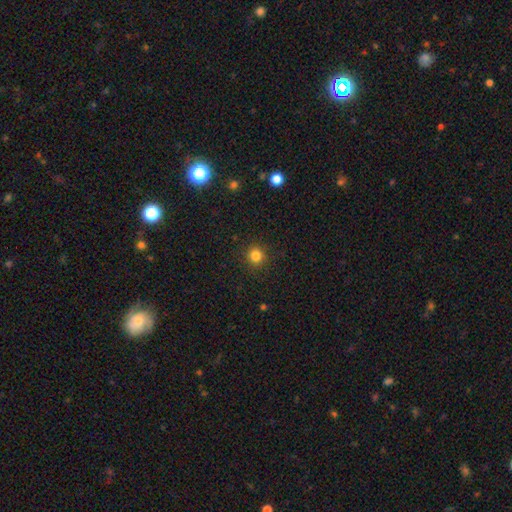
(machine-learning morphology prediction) Smooth or featured: smooth — 83% (star or artifact — 13%)
How rounded: round — 93% (in between — 6%)
Merging: none — 91% (minor disturbance — 6%)